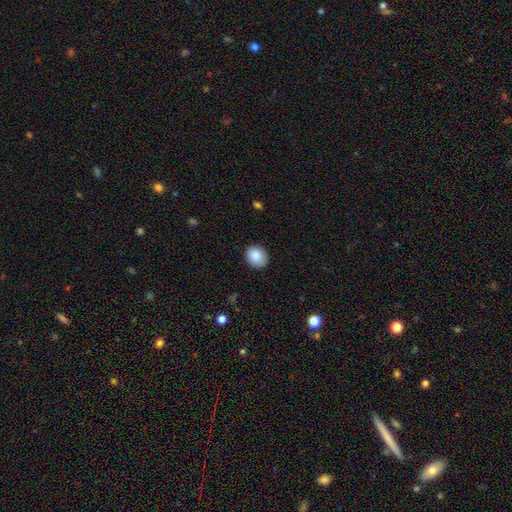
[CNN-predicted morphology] type=smooth (87%); roundness=round (59%); merging=none (84%).